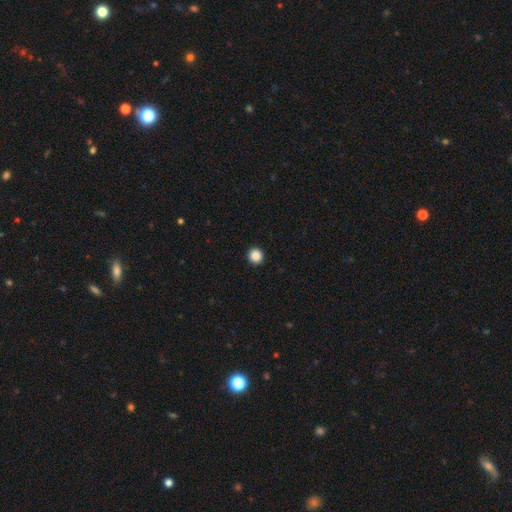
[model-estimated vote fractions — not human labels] Smooth or featured?
  - smooth: 87% *
  - star or artifact: 10%
  - featured or disk: 3%
How rounded?
  - round: 96% *
  - in between: 3%
  - cigar-shaped: 1%
Merging?
  - none: 94% *
  - minor disturbance: 4%
  - major disturbance: 1%
  - merger: 1%